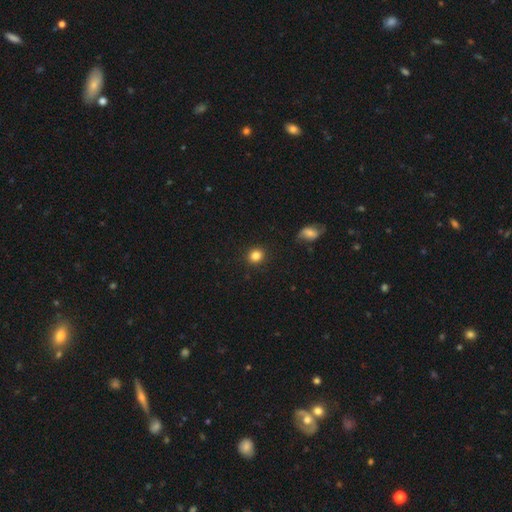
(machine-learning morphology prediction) A smooth galaxy with no disk features (84%) that is round (86%). Merging: none (90%).